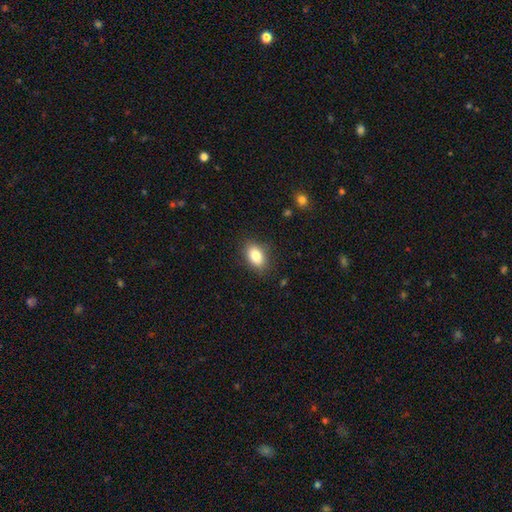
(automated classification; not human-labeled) Overall: smooth (84%). How rounded: in between (86%). Merging: none (86%).